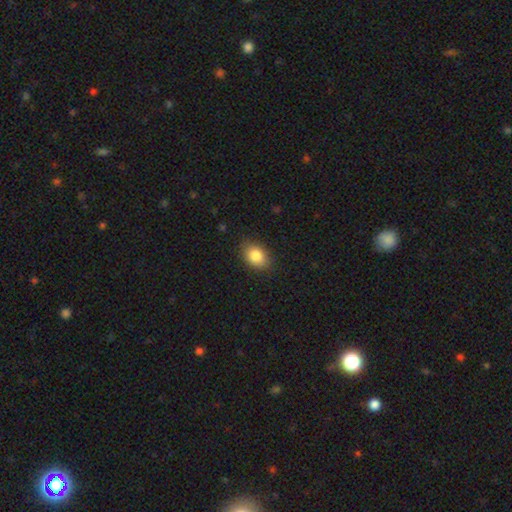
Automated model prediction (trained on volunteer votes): Smooth or featured? Predicted: smooth (p=0.85). How rounded? Predicted: in between (p=0.77). Merging? Predicted: none (p=0.86).